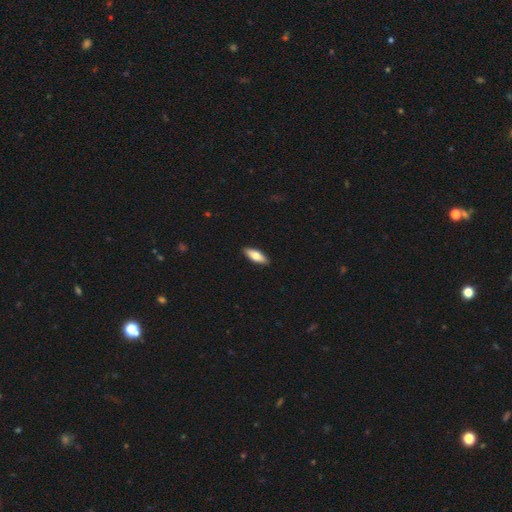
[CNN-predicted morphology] This is likely a smooth galaxy (71%). How rounded: likely in between (64%). Merging: clearly none (91%).